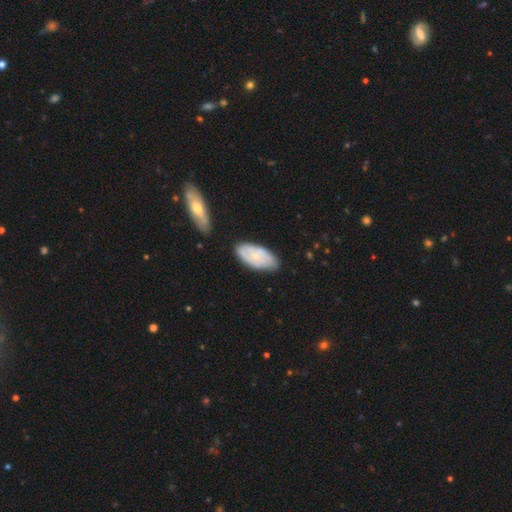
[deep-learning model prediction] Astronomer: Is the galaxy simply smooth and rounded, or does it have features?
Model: featured or disk — 50% (runner-up: smooth, 44%).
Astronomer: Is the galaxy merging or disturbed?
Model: none — 74%.